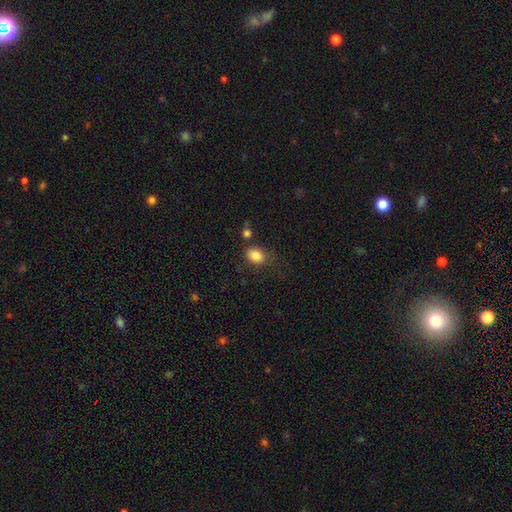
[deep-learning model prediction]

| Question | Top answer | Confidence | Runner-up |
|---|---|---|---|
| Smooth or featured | smooth | 85% | star or artifact (10%) |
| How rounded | in between | 62% | round (37%) |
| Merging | none | 67% | minor disturbance (19%) |